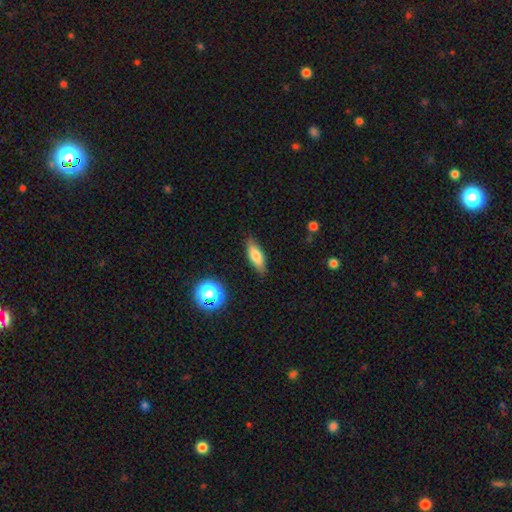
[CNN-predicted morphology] This is likely a smooth galaxy (74%). How rounded: likely in between (63%). Merging: clearly none (85%).